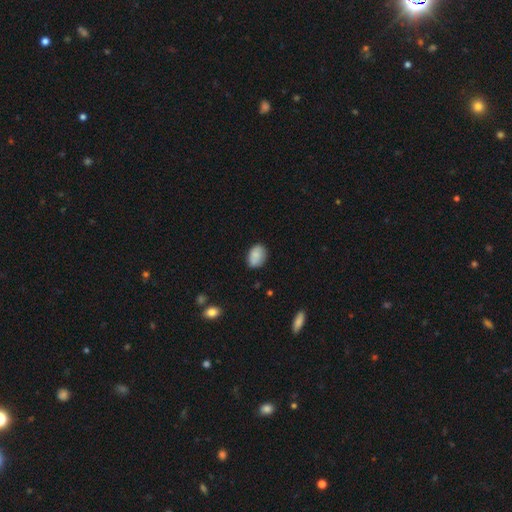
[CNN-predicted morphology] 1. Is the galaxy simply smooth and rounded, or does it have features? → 86% smooth, 7% star or artifact, 7% featured or disk.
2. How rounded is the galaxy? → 75% in between, 24% round, 1% cigar-shaped.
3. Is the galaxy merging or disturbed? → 76% none, 19% minor disturbance, 3% major disturbance, 2% merger.